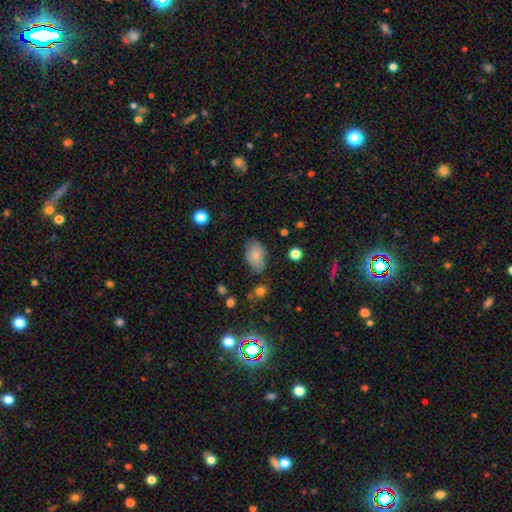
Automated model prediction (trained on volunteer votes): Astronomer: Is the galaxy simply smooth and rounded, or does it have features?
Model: smooth — 81%.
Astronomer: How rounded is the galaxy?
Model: in between — 88%.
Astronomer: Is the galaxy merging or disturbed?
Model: none — 72%.